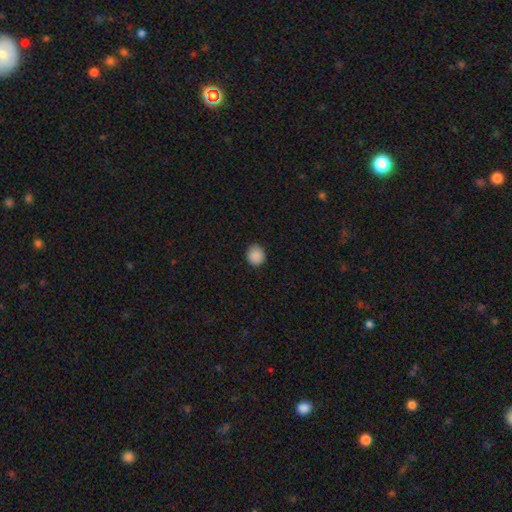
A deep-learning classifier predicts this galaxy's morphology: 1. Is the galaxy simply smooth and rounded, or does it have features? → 89% smooth, 9% star or artifact, 2% featured or disk.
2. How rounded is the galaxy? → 87% round, 12% in between, 1% cigar-shaped.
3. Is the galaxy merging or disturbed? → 90% none, 7% minor disturbance, 2% major disturbance, 1% merger.